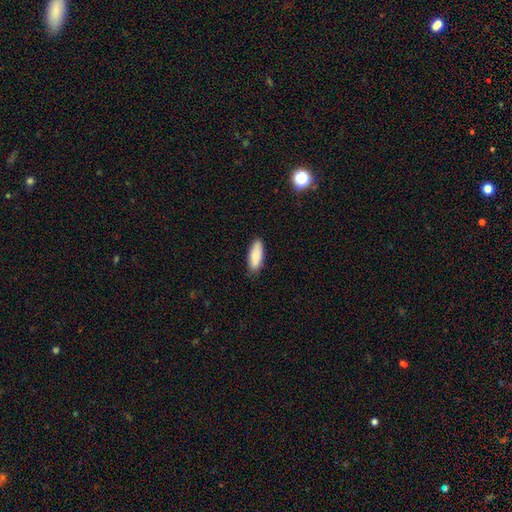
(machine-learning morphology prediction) The model was most divided on "how rounded": in between: 67%, cigar-shaped: 31%, round: 2%. More confident: smooth or featured — smooth (87%); merging — none (83%).